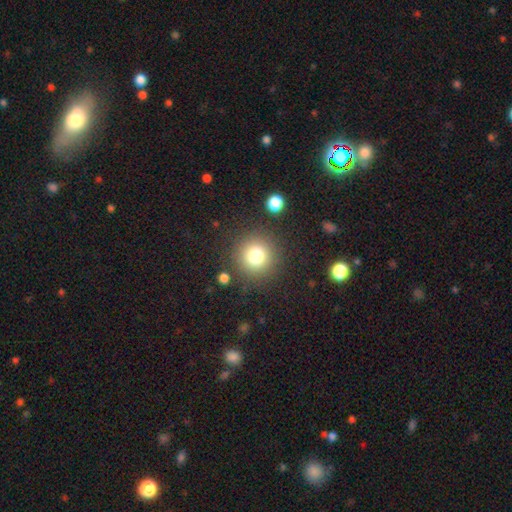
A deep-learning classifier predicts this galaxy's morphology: Smooth or featured? smooth (78%)
How rounded? round (95%)
Merging? none (87%)